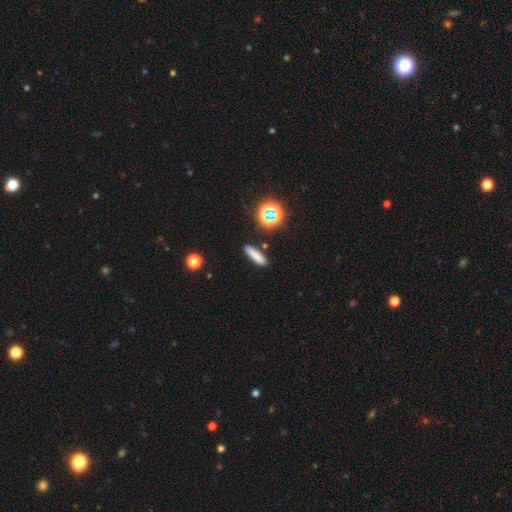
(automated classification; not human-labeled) Morphology: type=smooth (78%); roundness=cigar-shaped (76%); merging=none (88%).